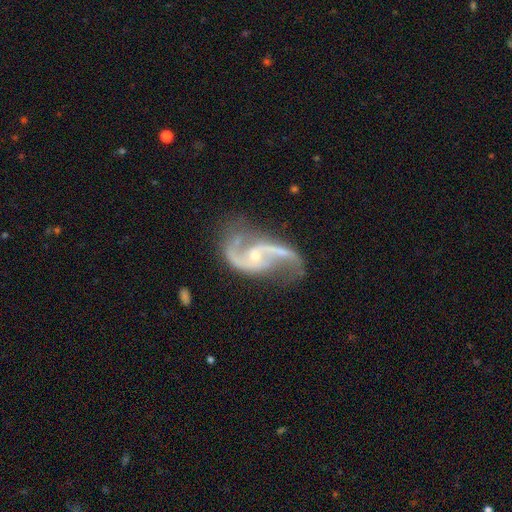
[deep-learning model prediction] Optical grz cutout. It shows a featured or disk galaxy (92%) with no bar (53%), 2 (93%) loose (66%) spiral arms (97%) and a small central bulge (64%). Merging: none (63%).